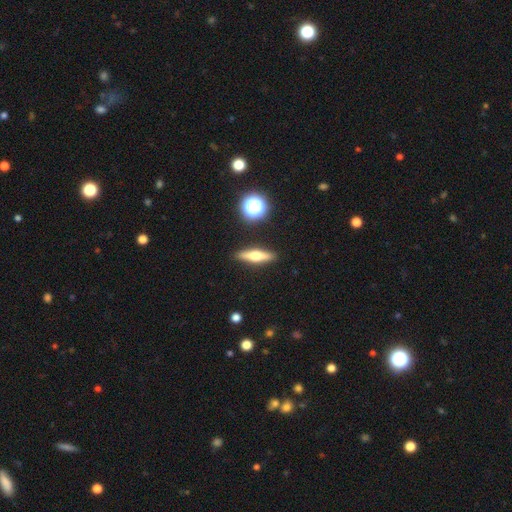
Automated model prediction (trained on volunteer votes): Morphology: type=featured or disk (49%); merging=none (90%).